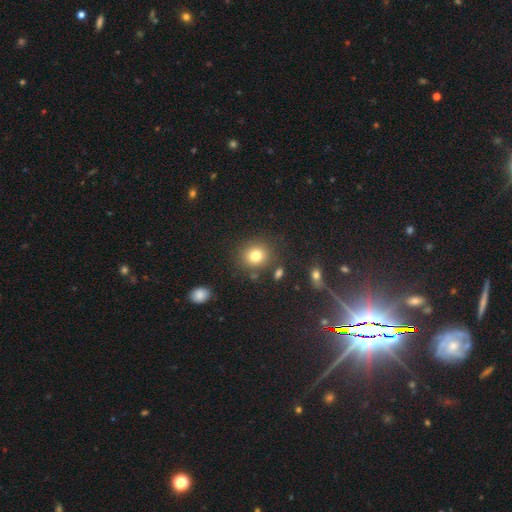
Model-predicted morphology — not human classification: A smooth galaxy with no disk features (80%) that is round (81%). Merging: none (83%).